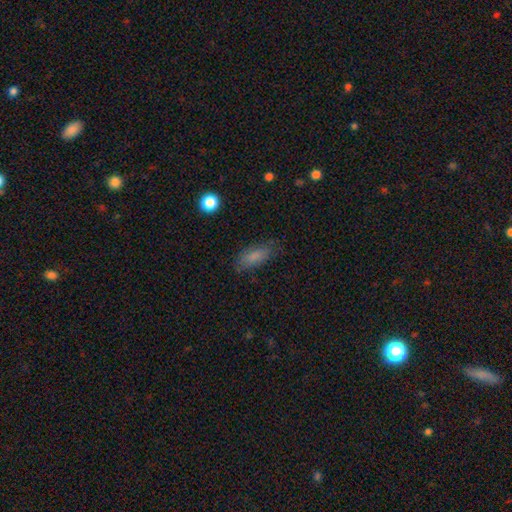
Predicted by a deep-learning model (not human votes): A smooth galaxy with no disk features (78%) that is in between round and cigar-shaped (72%). Merging: none (79%).